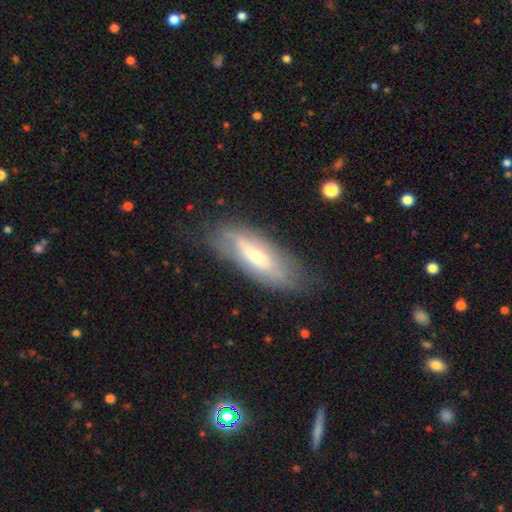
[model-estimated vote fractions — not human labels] Smooth or featured: featured or disk — 49% (smooth — 44%)
Merging: none — 67% (minor disturbance — 23%)